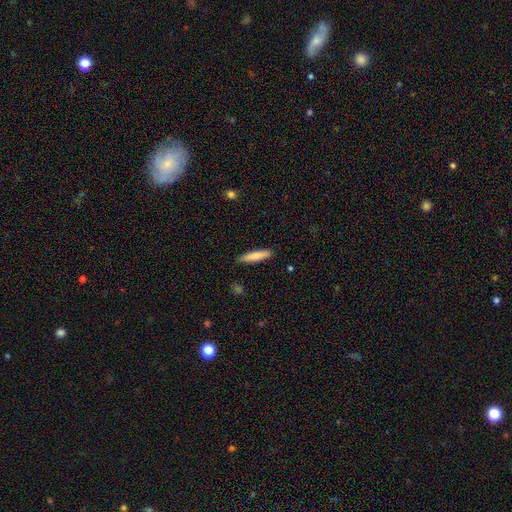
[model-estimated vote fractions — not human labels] Smooth or featured? Predicted: smooth (p=0.79). How rounded? Predicted: cigar-shaped (p=0.86). Merging? Predicted: none (p=0.87).